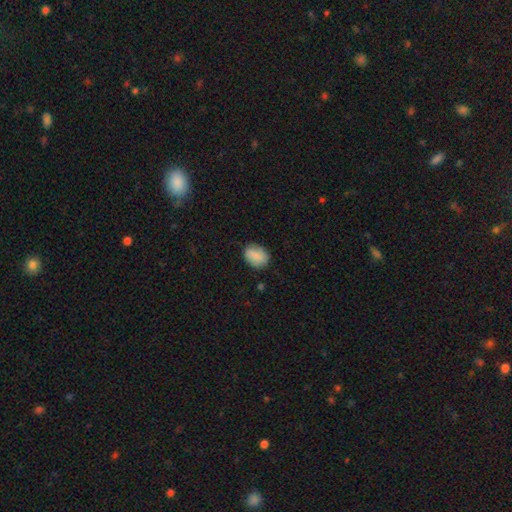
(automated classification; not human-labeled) The model was most divided on "how rounded": in between: 70%, round: 29%, cigar-shaped: 1%. More confident: smooth or featured — smooth (85%); merging — none (73%).